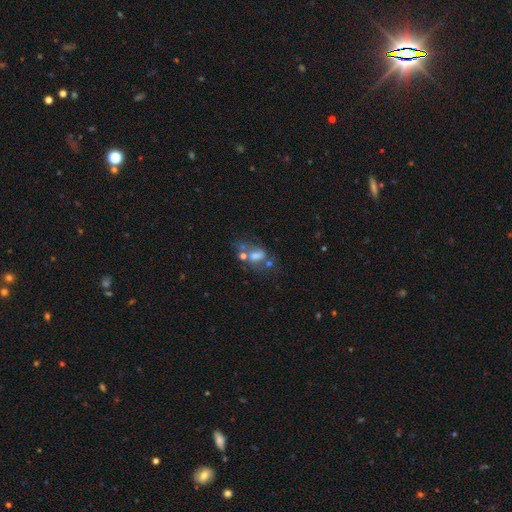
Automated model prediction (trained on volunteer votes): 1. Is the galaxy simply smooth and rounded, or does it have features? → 43% smooth, 41% featured or disk, 16% star or artifact.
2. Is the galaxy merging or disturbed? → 37% merger, 28% none, 20% major disturbance, 15% minor disturbance.